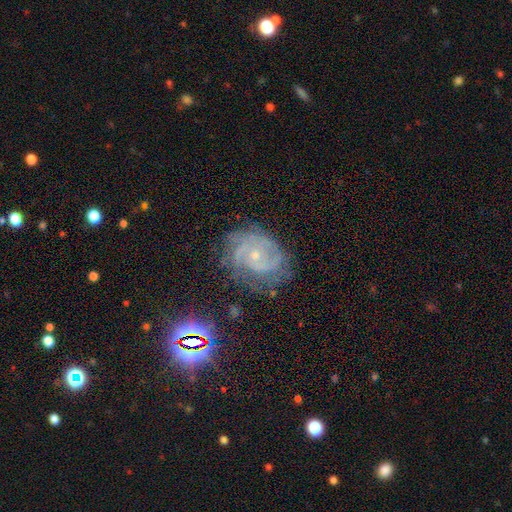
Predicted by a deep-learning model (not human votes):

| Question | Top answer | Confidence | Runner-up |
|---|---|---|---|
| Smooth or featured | featured or disk | 83% | star or artifact (10%) |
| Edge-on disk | no | 98% | yes (2%) |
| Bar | no | 70% | weak (24%) |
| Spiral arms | yes | 97% | no (3%) |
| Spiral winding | tight | 59% | medium (35%) |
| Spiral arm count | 2 | 38% | 3 (23%) |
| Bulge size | small | 77% | moderate (19%) |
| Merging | none | 68% | minor disturbance (21%) |